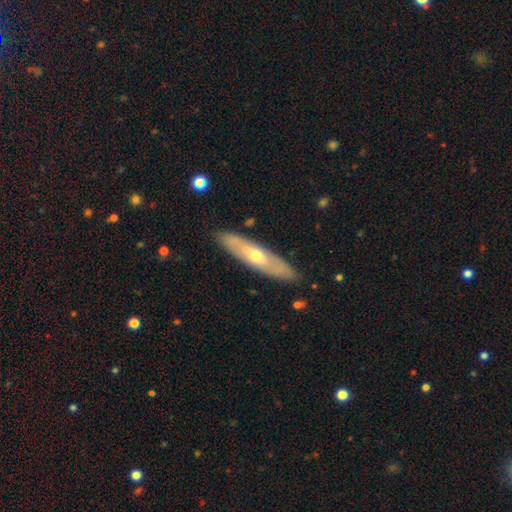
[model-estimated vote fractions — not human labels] Morphology: type=featured or disk (53%); edge-on=yes (51%); merging=none (87%).